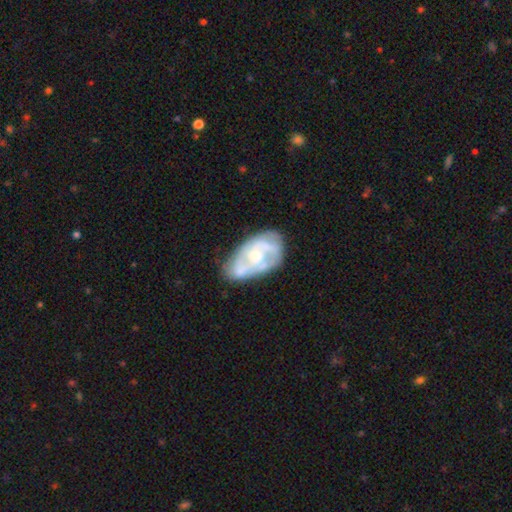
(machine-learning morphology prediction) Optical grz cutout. It shows a featured or disk galaxy (69%) with no bar (77%), spiral arms (56%) and a moderate central bulge (46%). Merging: none (47%).